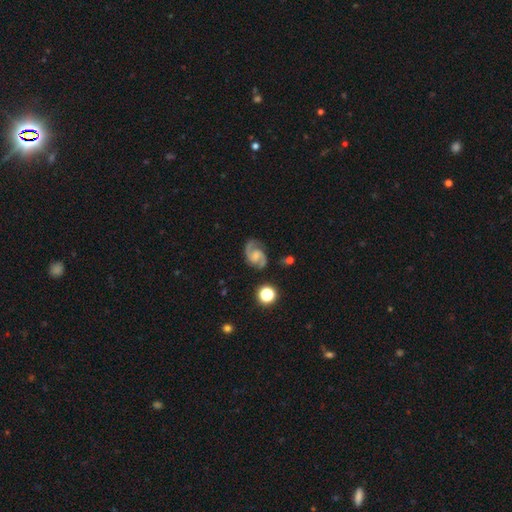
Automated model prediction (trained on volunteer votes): Q: Smooth or featured?
A: featured or disk (87%); runner-up: smooth (7%)
Q: Edge-on disk?
A: no (98%); runner-up: yes (2%)
Q: Bar?
A: weak (46%); runner-up: no (44%)
Q: Spiral arms?
A: yes (98%); runner-up: no (2%)
Q: Spiral winding?
A: medium (59%); runner-up: loose (22%)
Q: Spiral arm count?
A: 2 (93%); runner-up: can't tell (2%)
Q: Bulge size?
A: small (38%); runner-up: none (30%)
Q: Merging?
A: none (77%); runner-up: minor disturbance (15%)